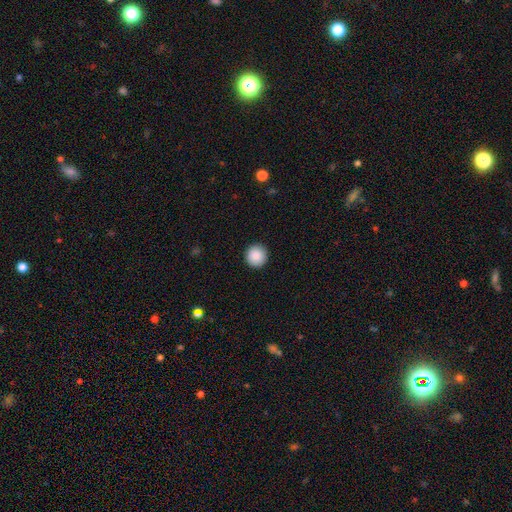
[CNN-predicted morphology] This appears to be a smooth galaxy with no disk features (89%) that is round (96%). Merging: none (93%).